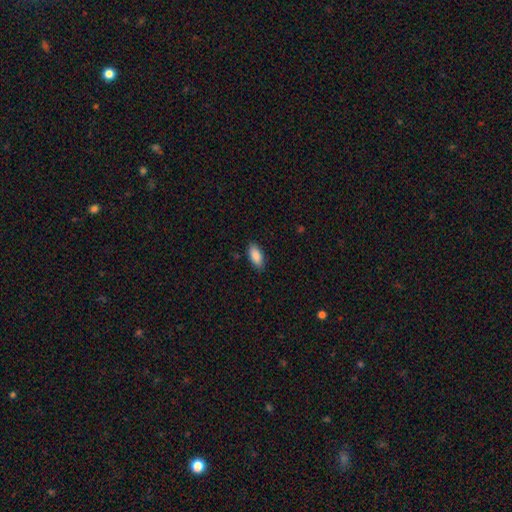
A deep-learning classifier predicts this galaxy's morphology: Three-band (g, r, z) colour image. It shows a smooth galaxy with no disk features (89%) that is in between round and cigar-shaped (88%). Merging: none (86%).